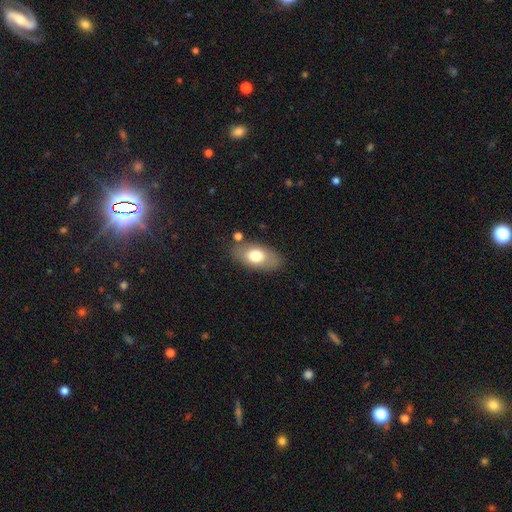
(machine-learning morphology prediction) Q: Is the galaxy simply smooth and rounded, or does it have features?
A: smooth — 70%.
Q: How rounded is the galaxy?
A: in between — 90%.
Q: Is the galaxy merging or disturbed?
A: none — 76%.